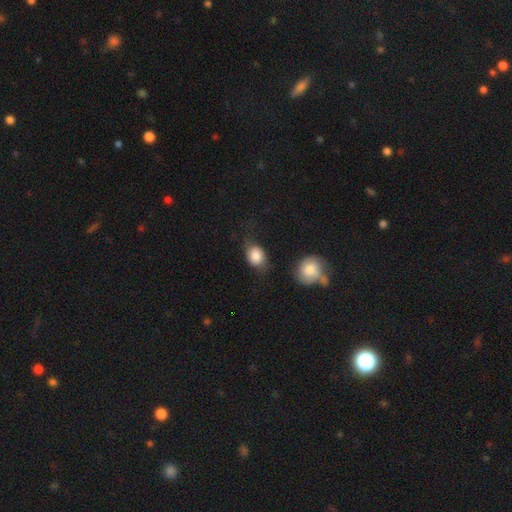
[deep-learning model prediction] Smooth or featured? smooth (82%)
How rounded? in between (58%)
Merging? none (53%)